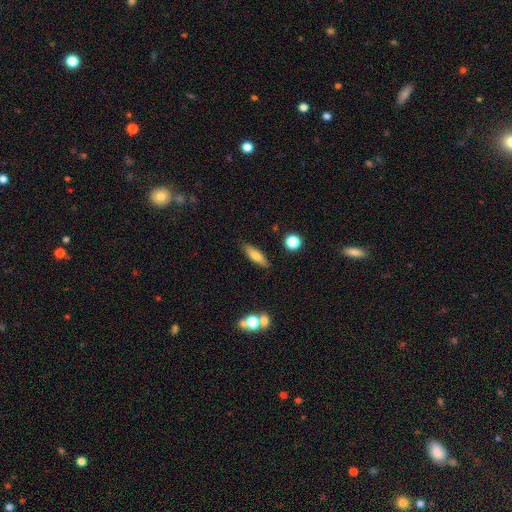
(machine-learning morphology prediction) smooth_or_featured: smooth (p=0.70) [alt: featured or disk p=0.23]
how_rounded: cigar-shaped (p=0.58) [alt: in between p=0.39]
merging: none (p=0.85) [alt: minor disturbance p=0.10]